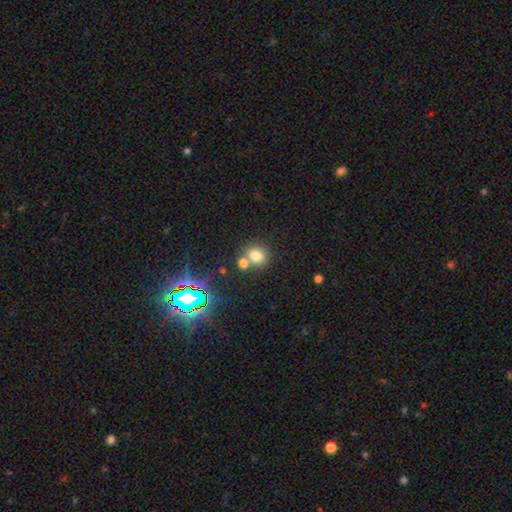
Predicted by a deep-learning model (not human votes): A smooth galaxy with no disk features (76%) that is round (75%).

Vote fractions:
- Smooth or featured? smooth: 76% / star or artifact: 16% / featured or disk: 8%
- How rounded? round: 75% / in between: 24% / cigar-shaped: 1%
- Merging? none: 60% / merger: 28% / minor disturbance: 9% / major disturbance: 3%